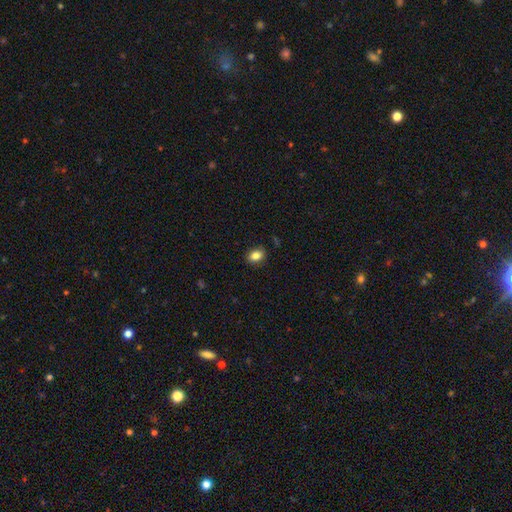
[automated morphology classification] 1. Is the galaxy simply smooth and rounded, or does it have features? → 85% smooth, 9% star or artifact, 6% featured or disk.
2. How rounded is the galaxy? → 70% in between, 28% round, 1% cigar-shaped.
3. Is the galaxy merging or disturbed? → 87% none, 9% minor disturbance, 2% major disturbance, 1% merger.